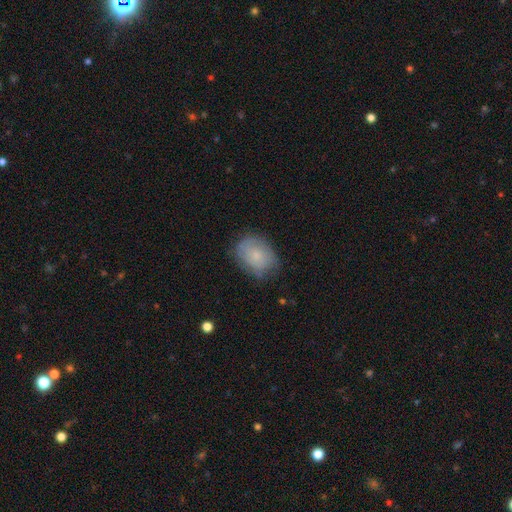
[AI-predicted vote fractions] A smooth galaxy with no disk features (68%) that is in between round and cigar-shaped (67%). Merging: none (67%).